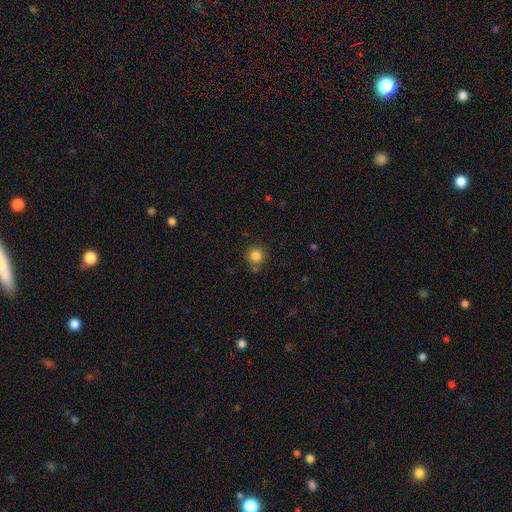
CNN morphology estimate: Overall: smooth (84%). How rounded: round (92%). Merging: none (76%).